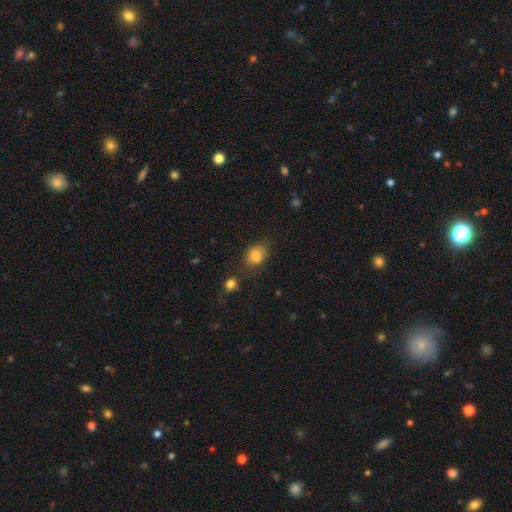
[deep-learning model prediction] smooth_or_featured: smooth (p=0.81) [alt: star or artifact p=0.11]
how_rounded: in between (p=0.56) [alt: round p=0.43]
merging: none (p=0.68) [alt: minor disturbance p=0.17]